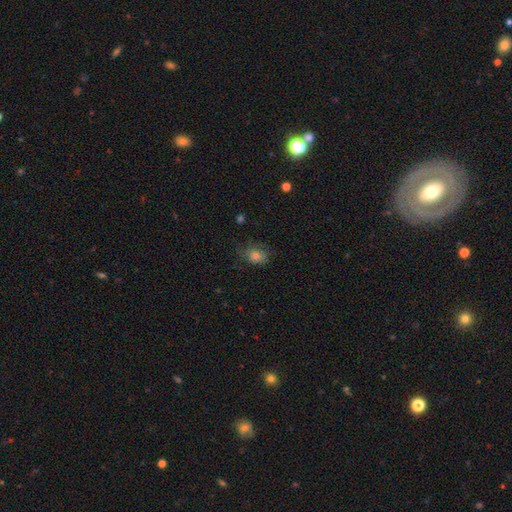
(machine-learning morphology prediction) smooth-or-featured: smooth: 69% | featured or disk: 18% | star or artifact: 12%
  how-rounded: in between: 59% | round: 40% | cigar-shaped: 1%
  merging: none: 64% | minor disturbance: 24% | major disturbance: 11% | merger: 1%